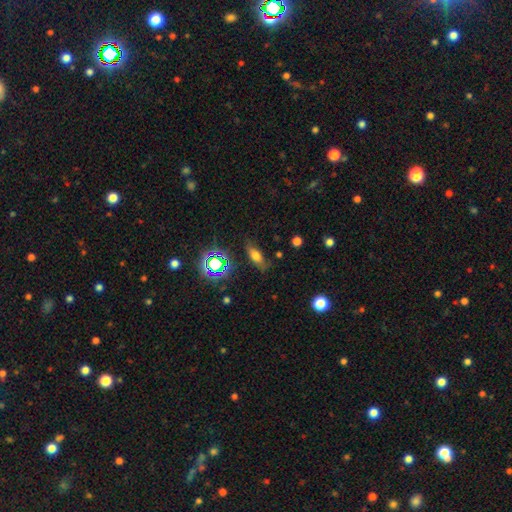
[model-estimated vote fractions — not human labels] Smooth or featured? Predicted: smooth (p=0.61). How rounded? Predicted: in between (p=0.69). Merging? Predicted: none (p=0.73).